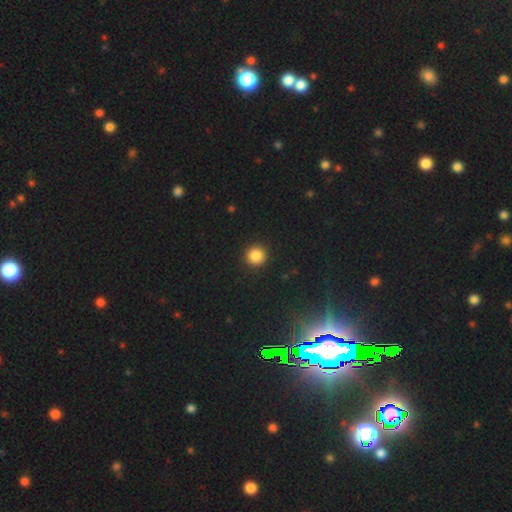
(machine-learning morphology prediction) A smooth galaxy with no disk features (86%) that is round (95%). Merging: none (93%).